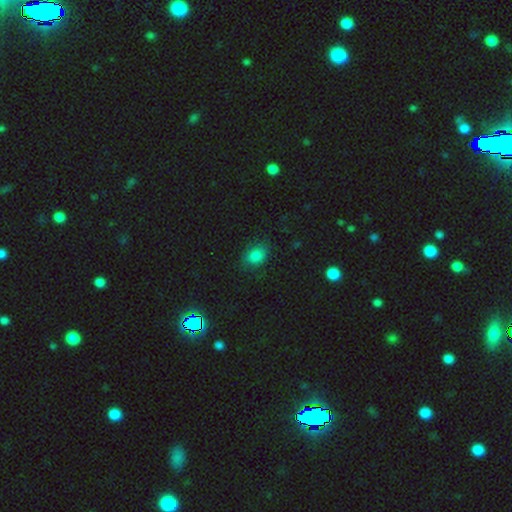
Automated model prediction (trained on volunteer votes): Overall: smooth (80%). How rounded: in between (67%; round 32%). Merging: none (77%).